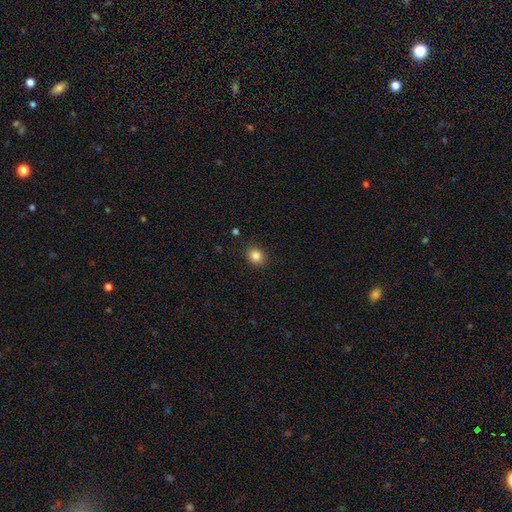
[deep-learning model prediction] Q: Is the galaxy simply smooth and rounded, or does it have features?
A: smooth — 85%.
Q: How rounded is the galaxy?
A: round — 74%.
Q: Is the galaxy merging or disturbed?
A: none — 88%.